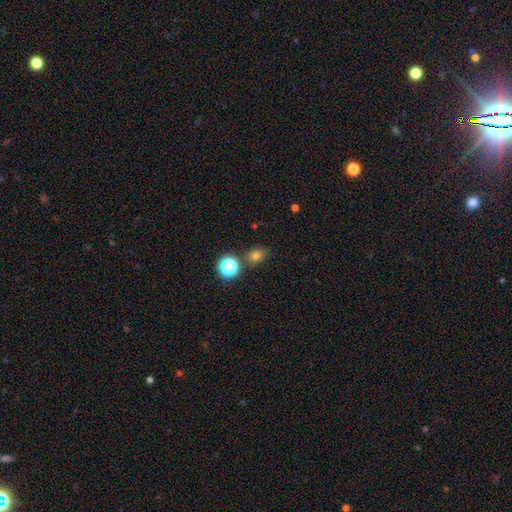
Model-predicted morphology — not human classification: This appears to be a smooth galaxy with no disk features (74%) that is round (62%). Merging: none (78%).